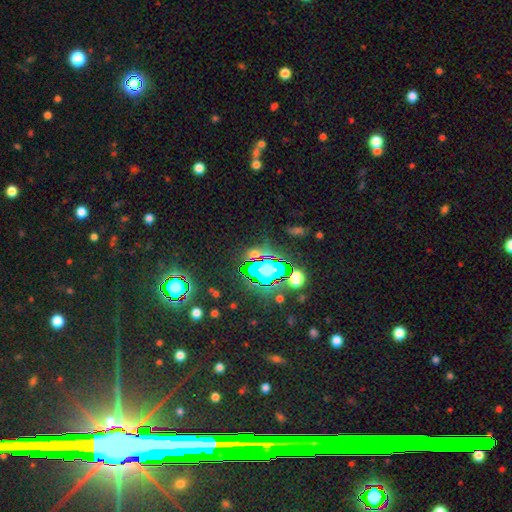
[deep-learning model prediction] This is likely a star or artifact rather than a galaxy (70%).